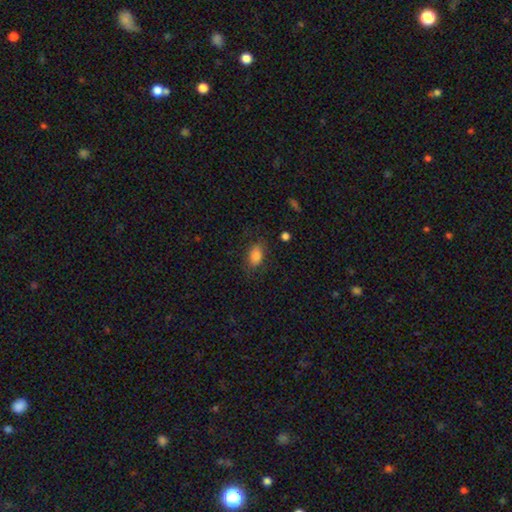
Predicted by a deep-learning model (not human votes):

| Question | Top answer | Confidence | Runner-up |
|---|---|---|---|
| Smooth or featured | smooth | 83% | star or artifact (9%) |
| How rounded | in between | 88% | round (9%) |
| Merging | none | 74% | minor disturbance (18%) |